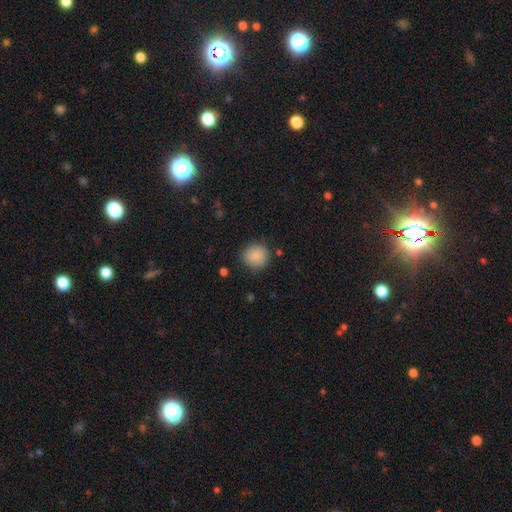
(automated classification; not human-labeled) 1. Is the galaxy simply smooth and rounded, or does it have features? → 88% smooth, 8% star or artifact, 4% featured or disk.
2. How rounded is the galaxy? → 89% round, 10% in between, 1% cigar-shaped.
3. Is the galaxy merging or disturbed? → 85% none, 11% minor disturbance, 3% major disturbance, 2% merger.